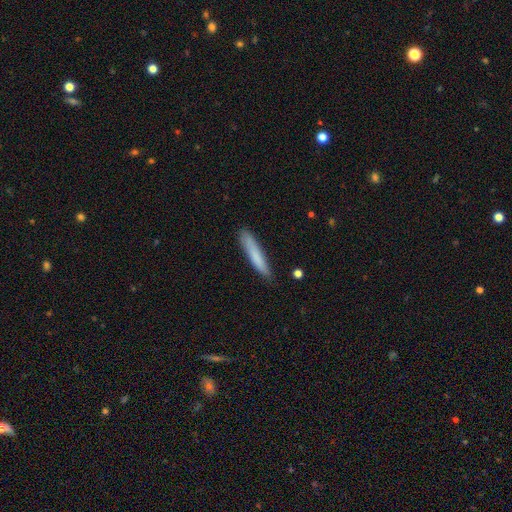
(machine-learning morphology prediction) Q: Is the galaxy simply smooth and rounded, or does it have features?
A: smooth — 78%.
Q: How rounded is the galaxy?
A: cigar-shaped — 93%.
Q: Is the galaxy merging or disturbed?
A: none — 82%.